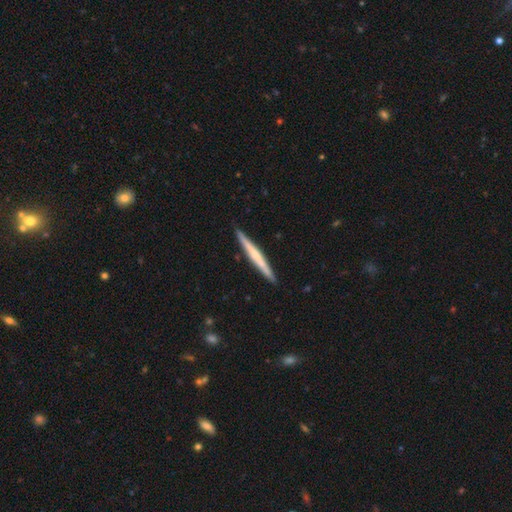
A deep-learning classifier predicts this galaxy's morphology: Smooth or featured? Predicted: featured or disk (p=0.58). Edge-on disk? Predicted: yes (p=0.98). Edge-on bulge? Predicted: none (p=0.54). Merging? Predicted: none (p=0.91).